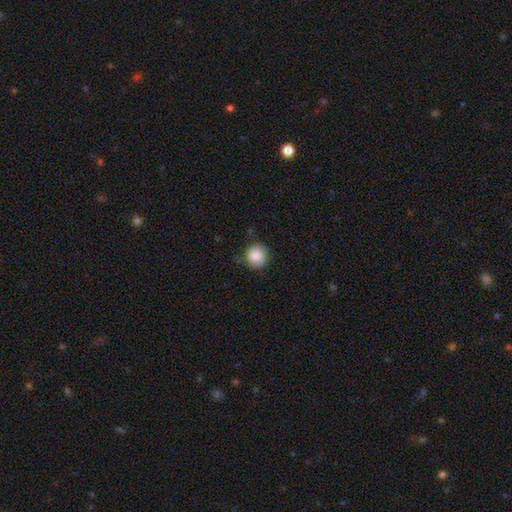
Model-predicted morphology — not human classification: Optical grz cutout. It shows a smooth galaxy with no disk features (84%) that is round (89%). Merging: none (74%).